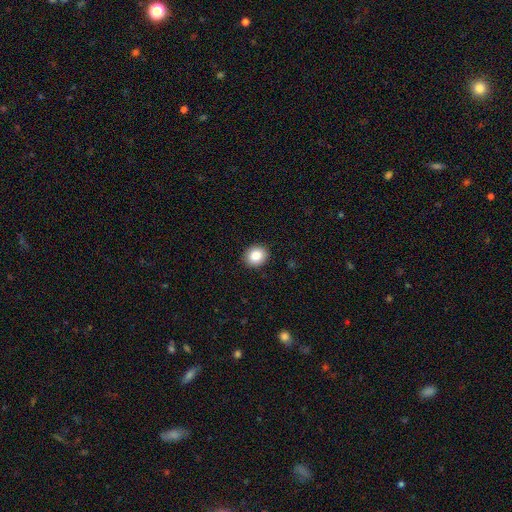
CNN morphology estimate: smooth_or_featured: smooth (p=0.85) [alt: star or artifact p=0.09]
how_rounded: round (p=0.72) [alt: in between p=0.27]
merging: none (p=0.91) [alt: minor disturbance p=0.06]